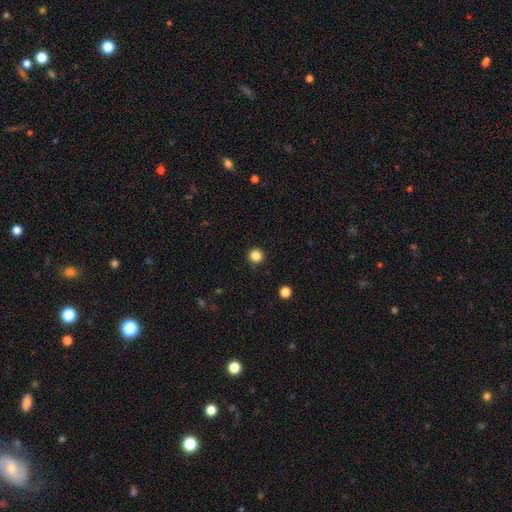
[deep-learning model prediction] smooth-or-featured: smooth: 85% | star or artifact: 12% | featured or disk: 3%
  how-rounded: round: 95% | in between: 4% | cigar-shaped: 1%
  merging: none: 92% | minor disturbance: 5% | major disturbance: 2% | merger: 1%